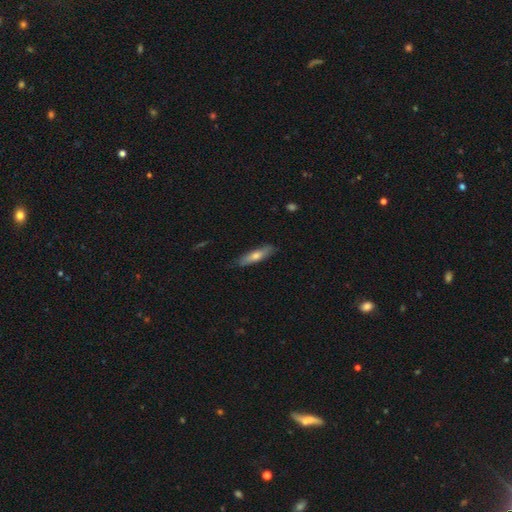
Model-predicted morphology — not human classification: Overall: smooth (57%; featured or disk 37%). How rounded: cigar-shaped (80%). Merging: none (85%).